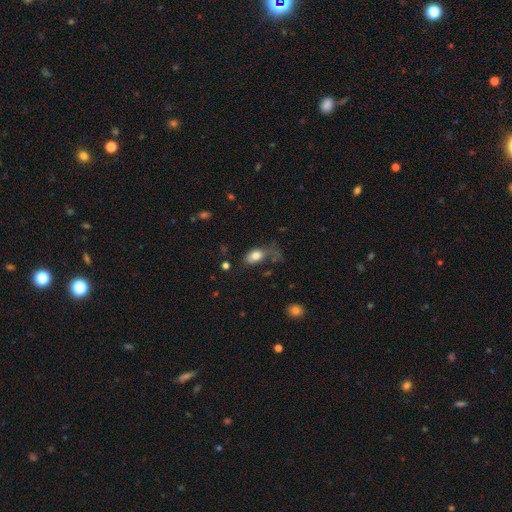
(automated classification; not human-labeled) smooth-or-featured: smooth: 80% | featured or disk: 12% | star or artifact: 8%
  how-rounded: in between: 88% | round: 9% | cigar-shaped: 3%
  merging: none: 37% | major disturbance: 32% | minor disturbance: 24% | merger: 7%